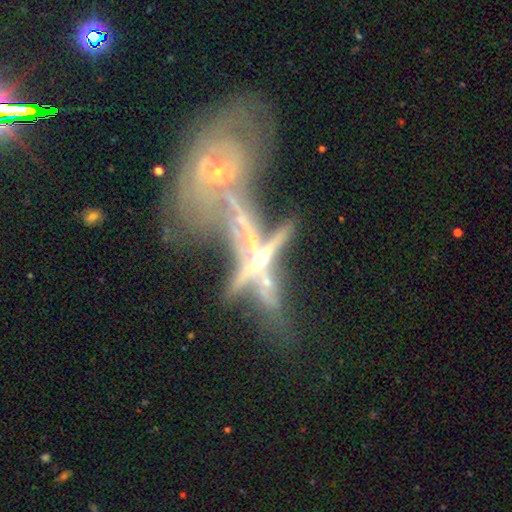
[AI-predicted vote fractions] Q: Smooth or featured?
A: featured or disk (72%); runner-up: star or artifact (16%)
Q: Edge-on disk?
A: yes (69%); runner-up: no (31%)
Q: Edge-on bulge?
A: rounded (73%); runner-up: none (20%)
Q: Merging?
A: merger (52%); runner-up: none (25%)